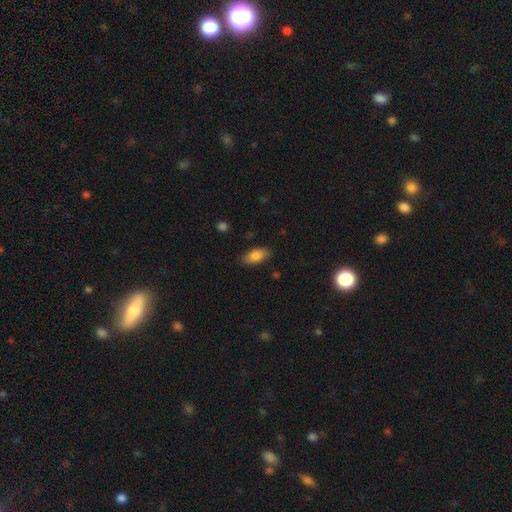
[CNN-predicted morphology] smooth 82%, featured or disk 10%, star or artifact 8%. Down the decision tree: how rounded — in between (89%); merging — none (84%).